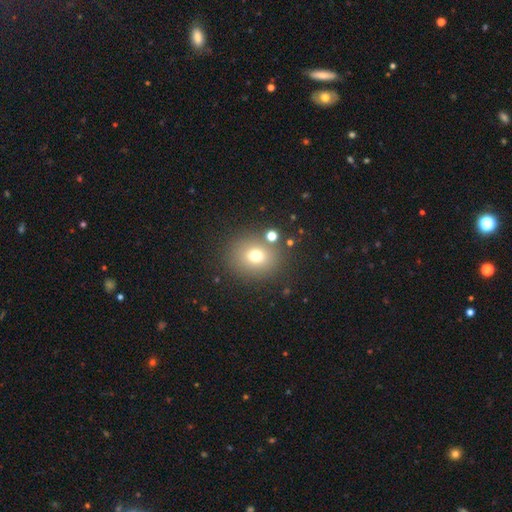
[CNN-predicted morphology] Overall: smooth (71%). How rounded: round (76%). Merging: none (79%).